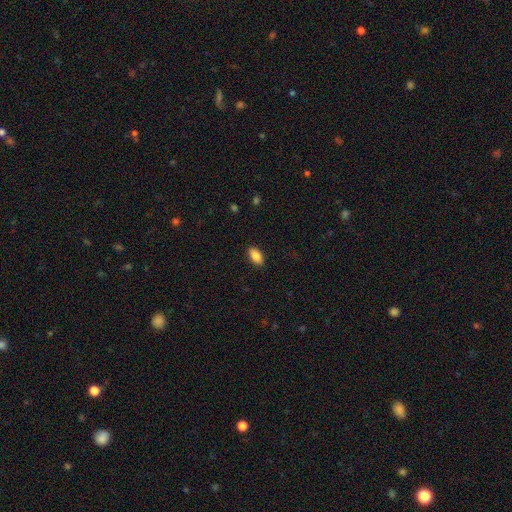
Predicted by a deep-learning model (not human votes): smooth-or-featured: smooth: 87% | star or artifact: 7% | featured or disk: 5%
  how-rounded: in between: 93% | cigar-shaped: 4% | round: 3%
  merging: none: 89% | minor disturbance: 8% | major disturbance: 2% | merger: 1%